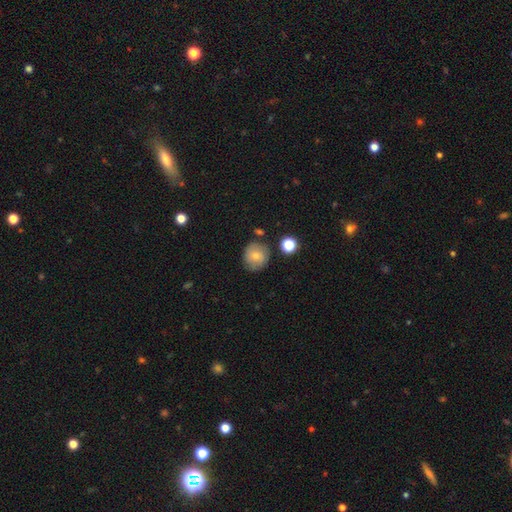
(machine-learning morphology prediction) Smooth or featured: smooth — 71% (featured or disk — 19%)
How rounded: round — 88% (in between — 11%)
Merging: none — 78% (minor disturbance — 14%)